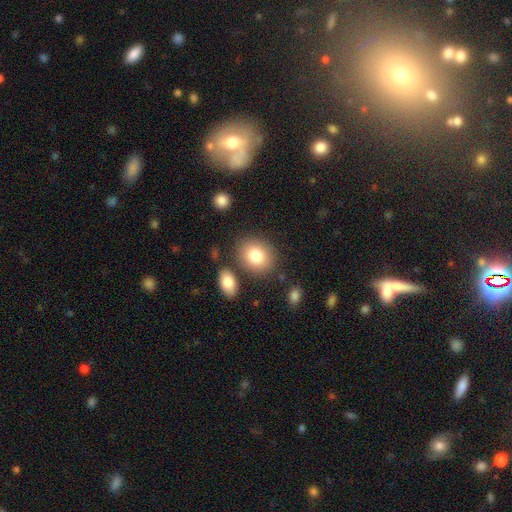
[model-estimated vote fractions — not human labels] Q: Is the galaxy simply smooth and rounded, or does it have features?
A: smooth — 80%.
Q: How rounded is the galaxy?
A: round — 61%.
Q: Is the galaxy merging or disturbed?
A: none — 77%.